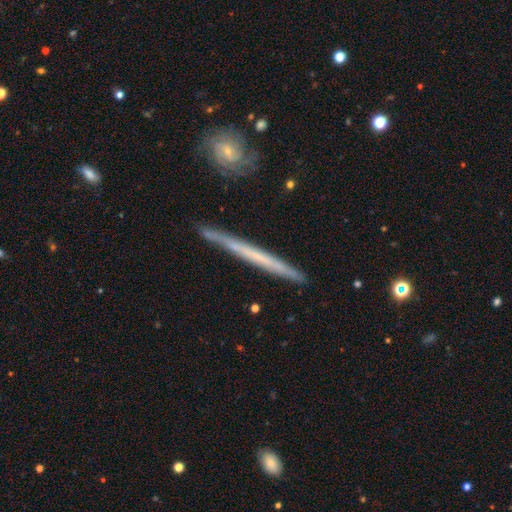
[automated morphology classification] A featured or disk galaxy (53%) viewed edge-on (96%) with no central bulge (91%).

Vote fractions:
- Smooth or featured? featured or disk: 53% / smooth: 41% / star or artifact: 6%
- Edge-on disk? yes: 96% / no: 4%
- Edge-on bulge? none: 91% / rounded: 6% / boxy: 3%
- Merging? none: 88% / minor disturbance: 9% / merger: 2% / major disturbance: 1%